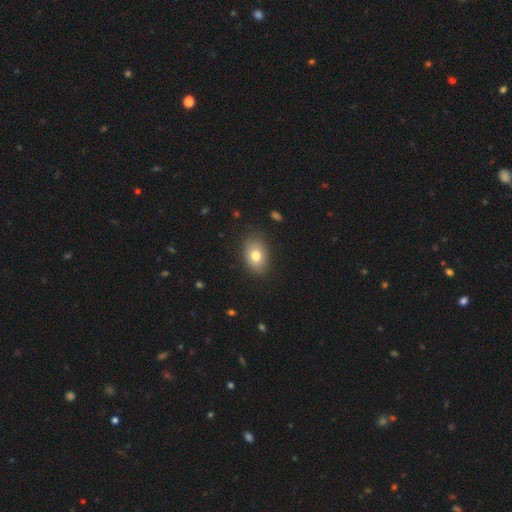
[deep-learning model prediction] A smooth galaxy with no disk features (76%) that is in between round and cigar-shaped (82%).

Vote fractions:
- Smooth or featured? smooth: 76% / featured or disk: 16% / star or artifact: 8%
- How rounded? in between: 82% / round: 17% / cigar-shaped: 1%
- Merging? none: 82% / minor disturbance: 13% / major disturbance: 3% / merger: 1%